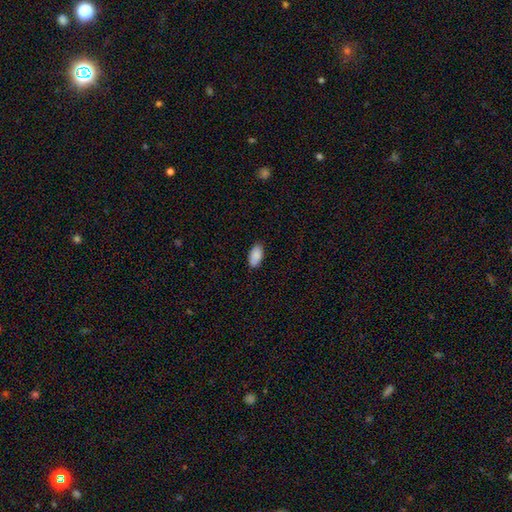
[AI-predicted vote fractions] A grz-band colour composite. It shows a smooth galaxy with no disk features (89%) that is in between round and cigar-shaped (94%). Merging: none (87%).